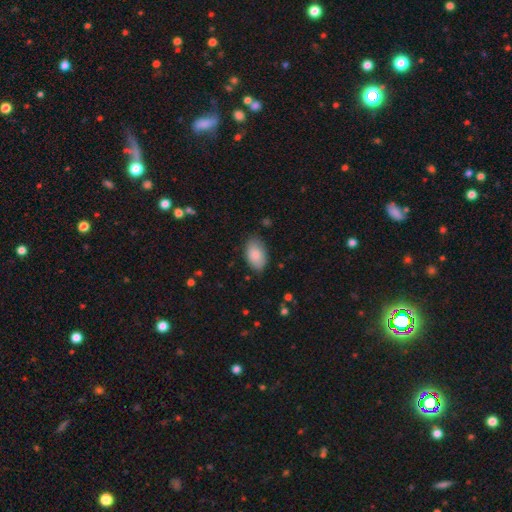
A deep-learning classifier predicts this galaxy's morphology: Smooth or featured?
  - smooth: 86% *
  - featured or disk: 8%
  - star or artifact: 6%
How rounded?
  - in between: 94% *
  - round: 5%
  - cigar-shaped: 1%
Merging?
  - none: 81% *
  - minor disturbance: 15%
  - major disturbance: 3%
  - merger: 1%